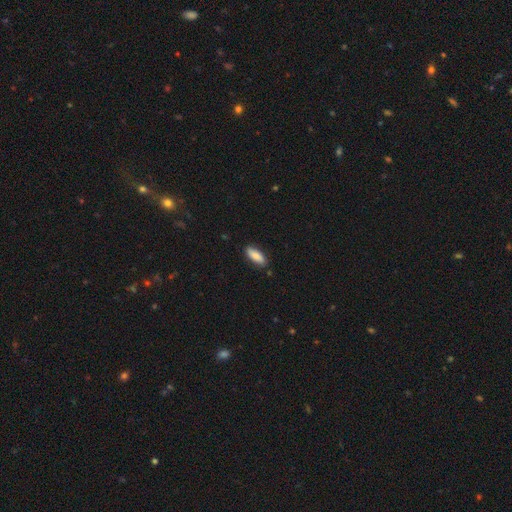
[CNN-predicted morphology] A smooth galaxy with no disk features (84%) that is in between round and cigar-shaped (71%). Merging: none (85%).